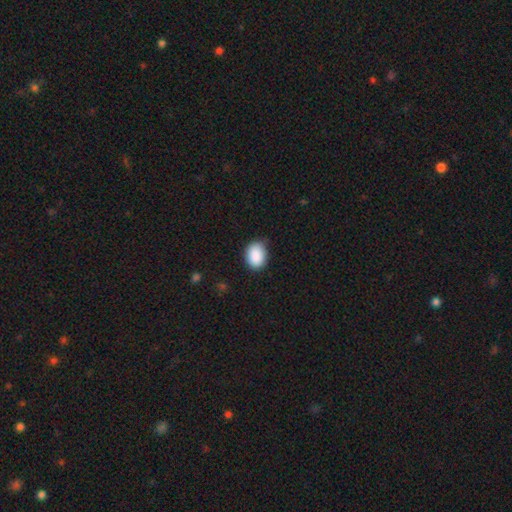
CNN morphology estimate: Q: Smooth or featured?
A: smooth (90%); runner-up: star or artifact (7%)
Q: How rounded?
A: in between (70%); runner-up: round (29%)
Q: Merging?
A: none (77%); runner-up: minor disturbance (19%)